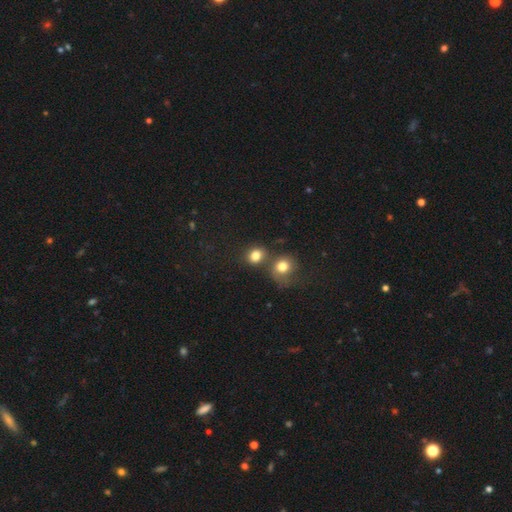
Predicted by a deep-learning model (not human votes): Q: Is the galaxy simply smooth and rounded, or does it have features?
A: smooth — 81%.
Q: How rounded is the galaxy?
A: round — 62%.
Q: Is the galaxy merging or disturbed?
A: none — 49%.